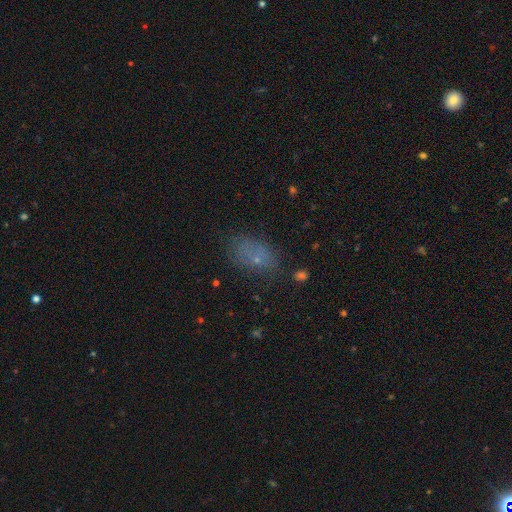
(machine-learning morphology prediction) type=smooth (64%); roundness=in between (85%); merging=none (62%).